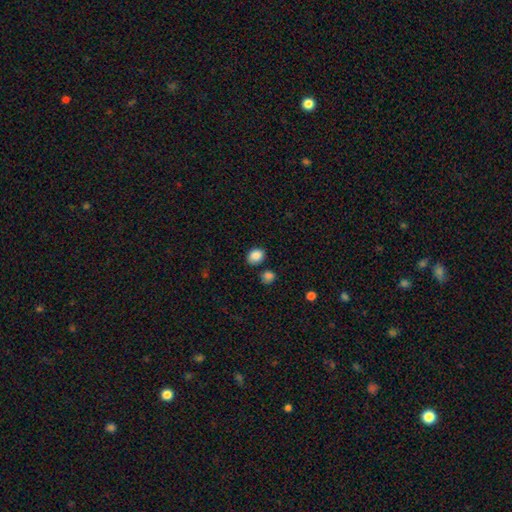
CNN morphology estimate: smooth 87%, star or artifact 9%, featured or disk 4%. Down the decision tree: how rounded — in between (53%); merging — none (79%).